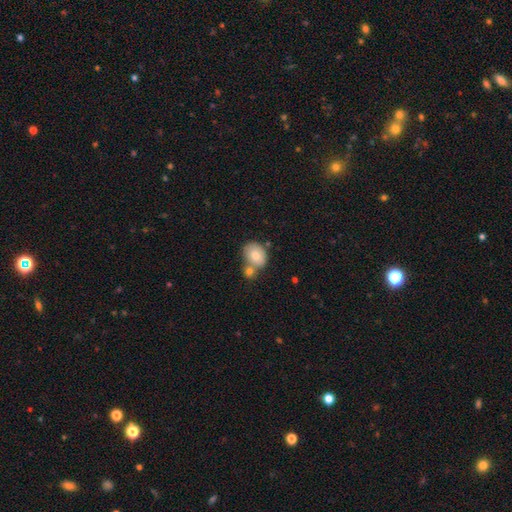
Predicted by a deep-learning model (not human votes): smooth-or-featured: smooth: 77% | featured or disk: 15% | star or artifact: 8%
  how-rounded: in between: 59% | round: 40% | cigar-shaped: 1%
  merging: none: 42% | merger: 39% | minor disturbance: 14% | major disturbance: 4%